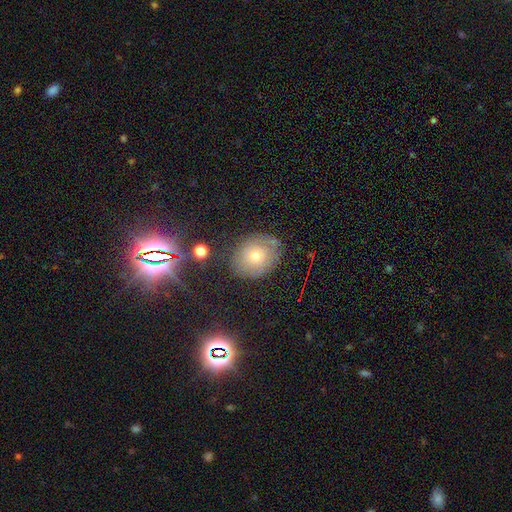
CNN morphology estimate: Smooth or featured? smooth (54%)
How rounded? round (60%)
Merging? none (77%)